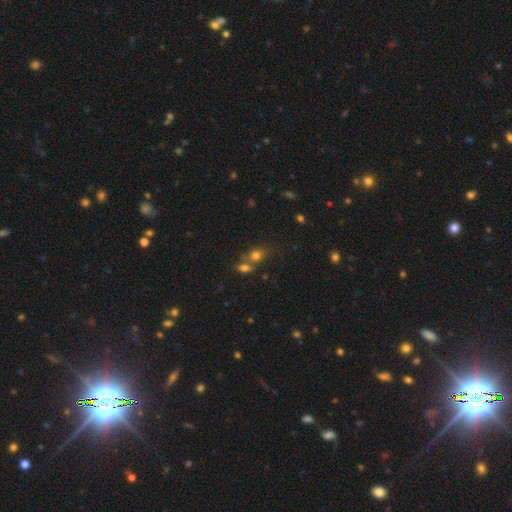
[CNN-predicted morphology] A smooth galaxy with no disk features (72%) that is round (52%).

Vote fractions:
- Smooth or featured? smooth: 72% / star or artifact: 18% / featured or disk: 10%
- How rounded? round: 52% / in between: 45% / cigar-shaped: 2%
- Merging? merger: 44% / none: 41% / minor disturbance: 10% / major disturbance: 5%